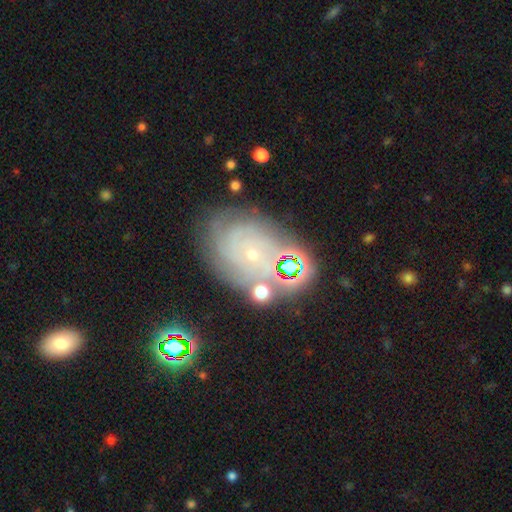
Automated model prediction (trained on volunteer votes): featured or disk 74%, star or artifact 14%, smooth 12%. Down the decision tree: edge-on disk — no (96%); bar — no (81%); spiral arms — yes (94%); spiral arm count — can't tell (36%); spiral winding — tight (77%); bulge size — small (87%); merging — none (71%).